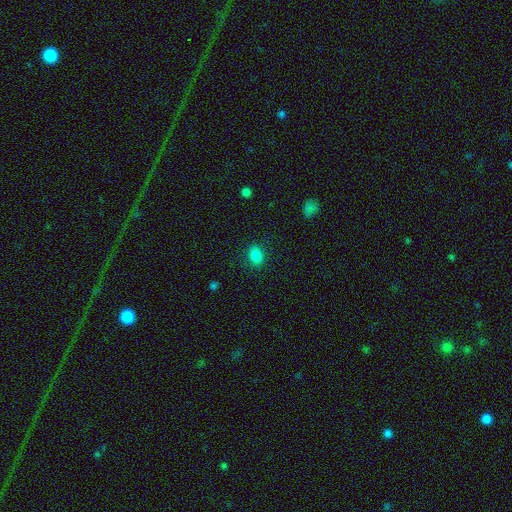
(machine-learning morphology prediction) type=smooth (85%); roundness=in between (72%); merging=none (86%).